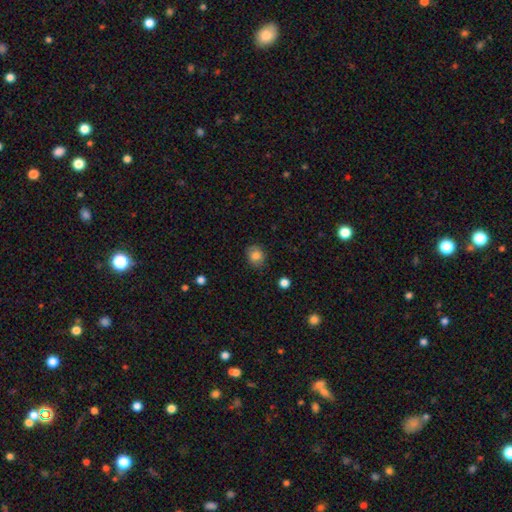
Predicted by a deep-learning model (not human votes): Smooth or featured: smooth — 82% (star or artifact — 10%)
How rounded: round — 64% (in between — 36%)
Merging: none — 81% (minor disturbance — 14%)